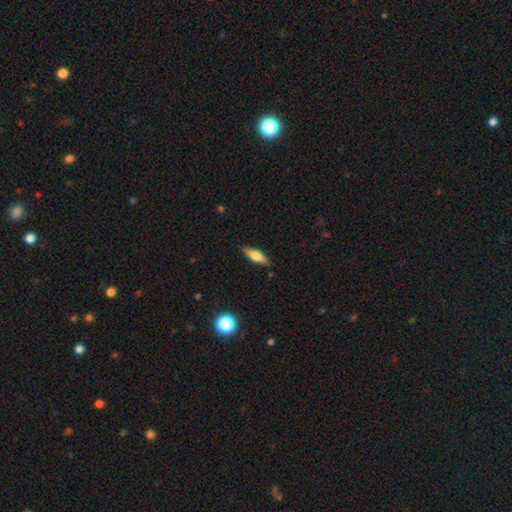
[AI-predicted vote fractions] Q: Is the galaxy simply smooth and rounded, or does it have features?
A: smooth — 64%.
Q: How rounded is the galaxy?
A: cigar-shaped — 50%.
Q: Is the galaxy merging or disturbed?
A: none — 86%.